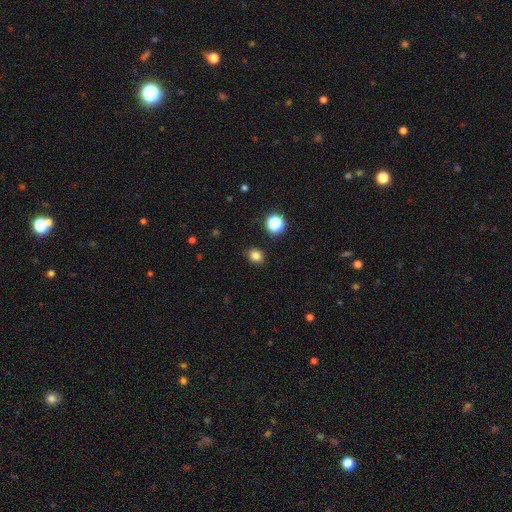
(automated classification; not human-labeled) Smooth or featured? Predicted: smooth (p=0.81). How rounded? Predicted: round (p=0.69). Merging? Predicted: none (p=0.88).